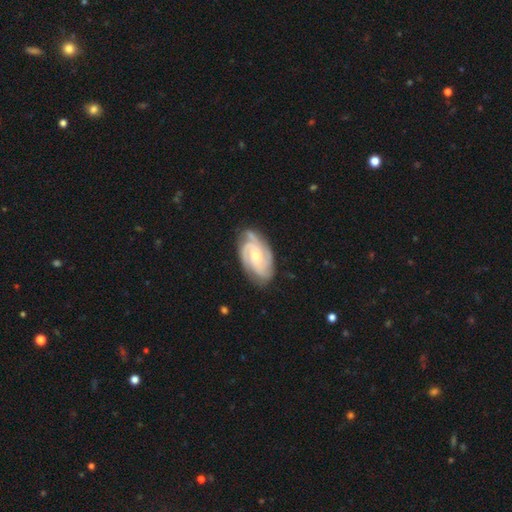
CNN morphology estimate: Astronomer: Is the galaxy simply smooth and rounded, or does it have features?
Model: featured or disk — 87%.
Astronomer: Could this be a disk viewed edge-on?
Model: no — 97%.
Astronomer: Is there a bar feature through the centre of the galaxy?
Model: no — 62%.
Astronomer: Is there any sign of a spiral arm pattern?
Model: yes — 98%.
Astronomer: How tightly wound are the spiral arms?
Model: tight — 60% (runner-up: medium, 35%).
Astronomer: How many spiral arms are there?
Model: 3 — 50%.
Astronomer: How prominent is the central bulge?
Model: small — 53% (runner-up: moderate, 42%).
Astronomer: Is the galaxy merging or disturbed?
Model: none — 76%.